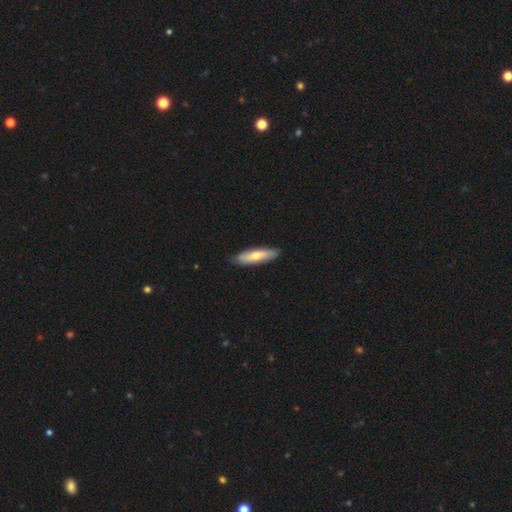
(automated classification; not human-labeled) Q: Smooth or featured?
A: smooth (62%); runner-up: featured or disk (33%)
Q: How rounded?
A: cigar-shaped (67%); runner-up: in between (31%)
Q: Merging?
A: none (85%); runner-up: minor disturbance (12%)